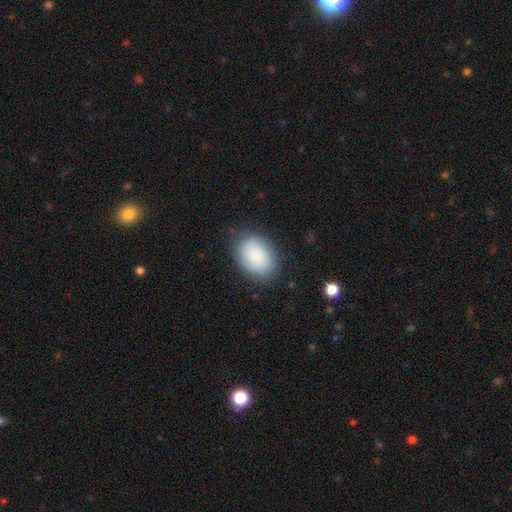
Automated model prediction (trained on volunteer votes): Smooth or featured? Predicted: smooth (p=0.82). How rounded? Predicted: in between (p=0.72). Merging? Predicted: none (p=0.79).